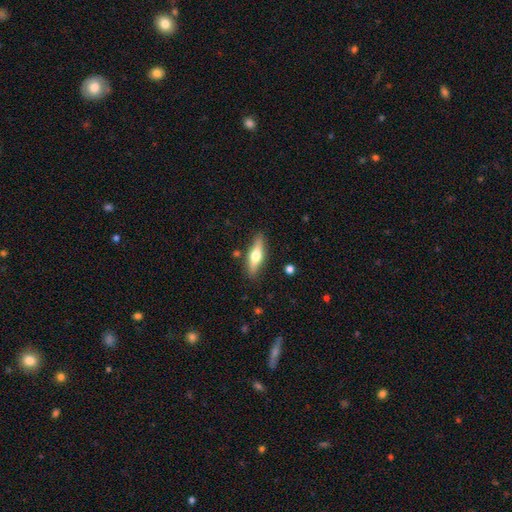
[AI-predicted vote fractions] Smooth or featured? Predicted: featured or disk (p=0.51). Edge-on disk? Predicted: yes (p=0.92). Merging? Predicted: none (p=0.85).